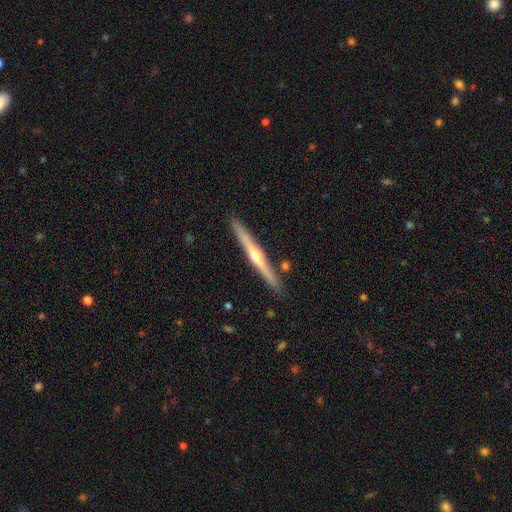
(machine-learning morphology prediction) A featured or disk galaxy (75%) viewed edge-on (98%) with a rounded central bulge (87%). Merging: none (90%).